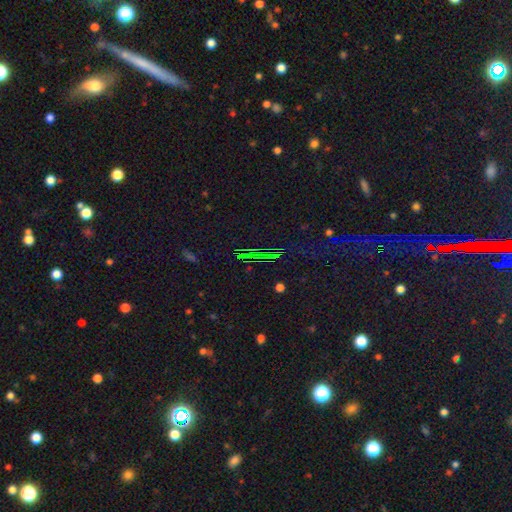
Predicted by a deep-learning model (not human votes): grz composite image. It shows a star or artifact, not a galaxy (73%).